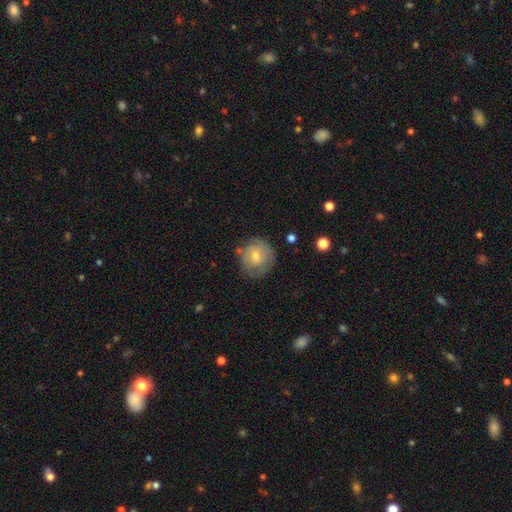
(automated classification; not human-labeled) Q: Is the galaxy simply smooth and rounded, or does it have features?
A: smooth — 52%.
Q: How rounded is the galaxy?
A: round — 85%.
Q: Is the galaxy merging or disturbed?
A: none — 72%.